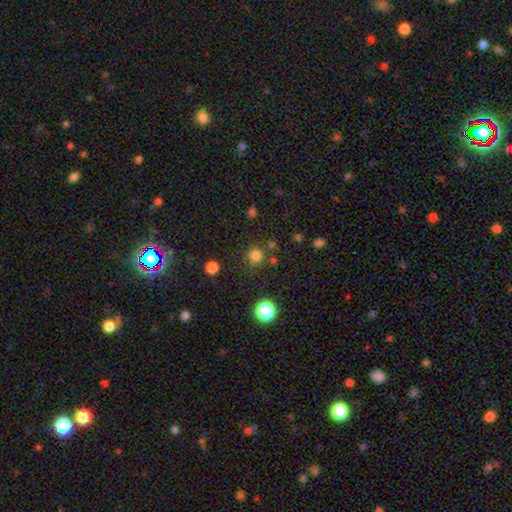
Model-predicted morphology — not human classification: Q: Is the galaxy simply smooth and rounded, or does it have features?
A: smooth — 79%.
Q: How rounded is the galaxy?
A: round — 93%.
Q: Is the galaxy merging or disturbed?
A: none — 84%.